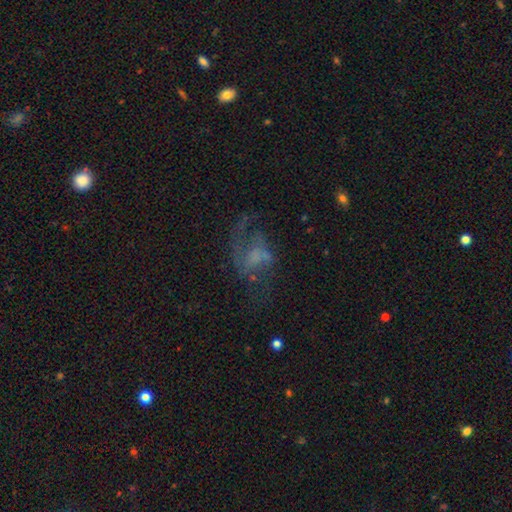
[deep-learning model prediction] Morphology: type=featured or disk (59%); edge-on=no (97%); bar=no (66%); spiral arms=yes (56%); bulge=none (49%); merging=major disturbance (41%).